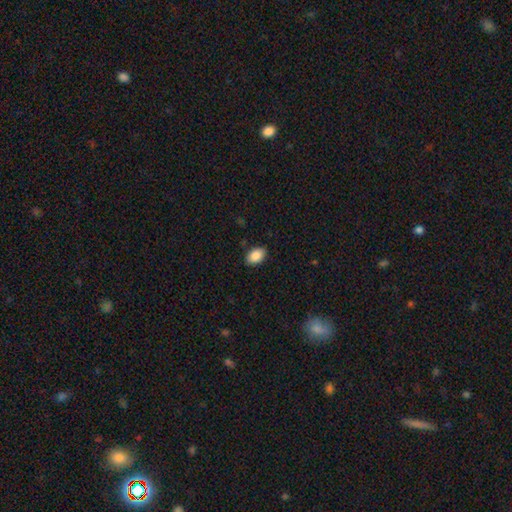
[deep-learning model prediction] Overall: smooth (89%). How rounded: in between (90%). Merging: none (88%).